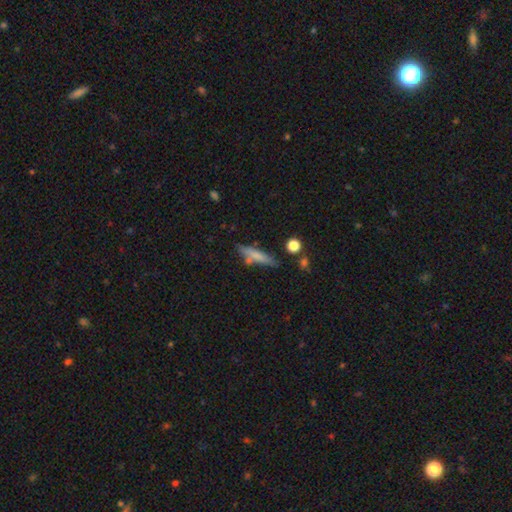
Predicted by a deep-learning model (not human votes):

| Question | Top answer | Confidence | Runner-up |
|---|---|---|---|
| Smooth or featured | smooth | 68% | featured or disk (24%) |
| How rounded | cigar-shaped | 83% | in between (14%) |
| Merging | none | 70% | minor disturbance (16%) |